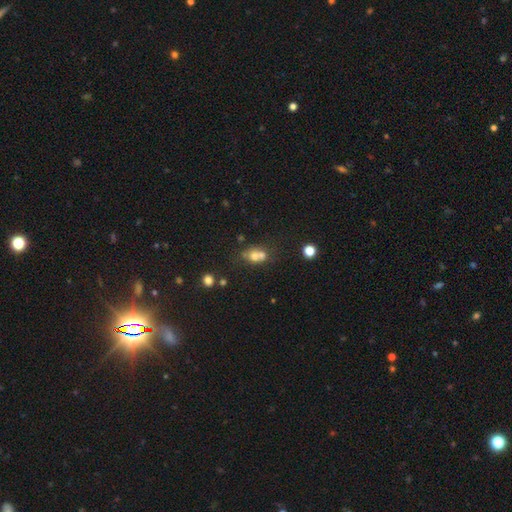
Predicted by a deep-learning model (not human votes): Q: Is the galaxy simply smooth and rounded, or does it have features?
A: smooth — 64%.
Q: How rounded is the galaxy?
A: round — 55%.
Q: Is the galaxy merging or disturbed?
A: merger — 52%.